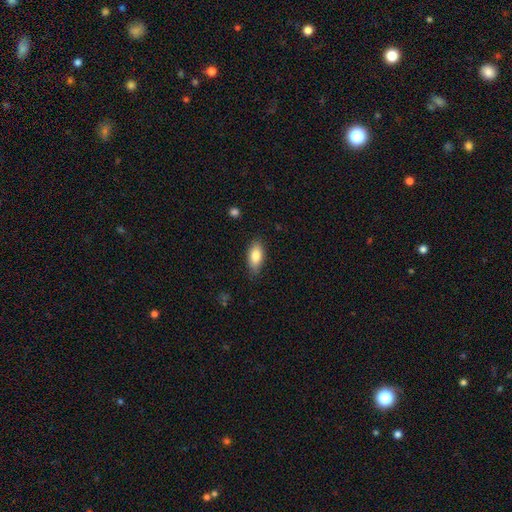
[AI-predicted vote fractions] Smooth or featured? smooth (82%)
How rounded? in between (87%)
Merging? none (82%)